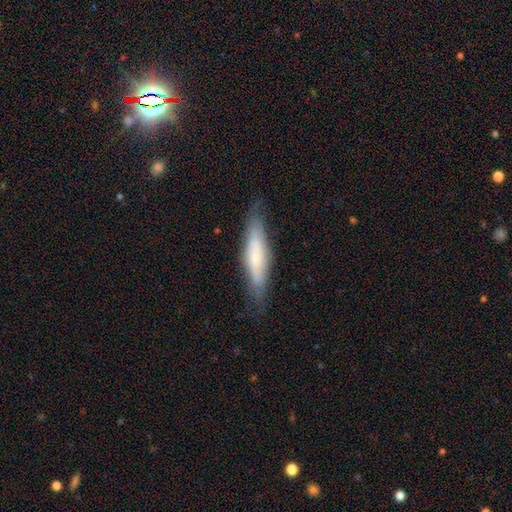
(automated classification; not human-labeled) This appears to be a smooth galaxy with no disk features (56%) that is cigar-shaped (77%). Merging: none (77%).